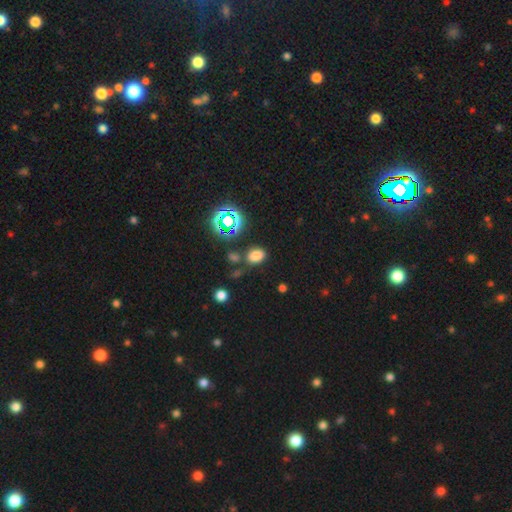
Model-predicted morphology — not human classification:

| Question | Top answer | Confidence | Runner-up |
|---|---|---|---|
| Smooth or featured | smooth | 70% | star or artifact (23%) |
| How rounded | in between | 75% | round (24%) |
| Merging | none | 74% | minor disturbance (13%) |